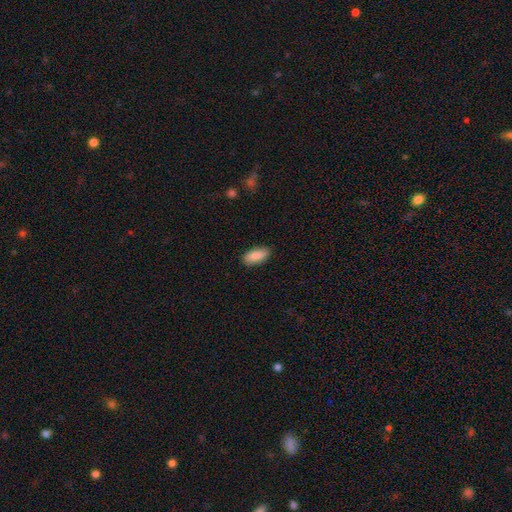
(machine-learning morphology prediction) Smooth or featured?
  - smooth: 88% *
  - featured or disk: 6%
  - star or artifact: 6%
How rounded?
  - in between: 86% *
  - cigar-shaped: 12%
  - round: 2%
Merging?
  - none: 87% *
  - minor disturbance: 10%
  - major disturbance: 2%
  - merger: 1%